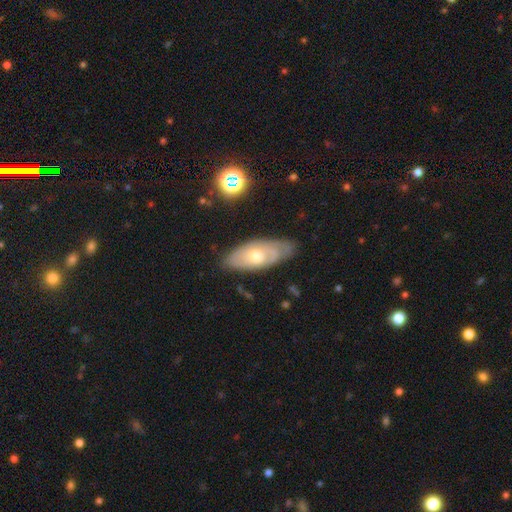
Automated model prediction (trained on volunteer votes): Q: Smooth or featured?
A: featured or disk (58%); runner-up: smooth (35%)
Q: Edge-on disk?
A: no (85%); runner-up: yes (15%)
Q: Merging?
A: none (70%); runner-up: minor disturbance (23%)